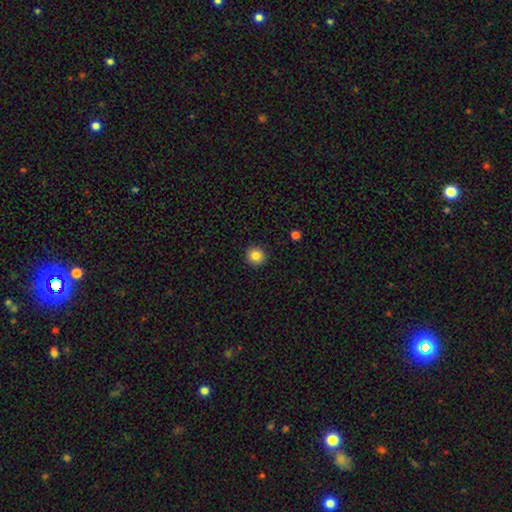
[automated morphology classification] smooth 84%, star or artifact 11%, featured or disk 5%. Down the decision tree: how rounded — round (94%); merging — none (93%).